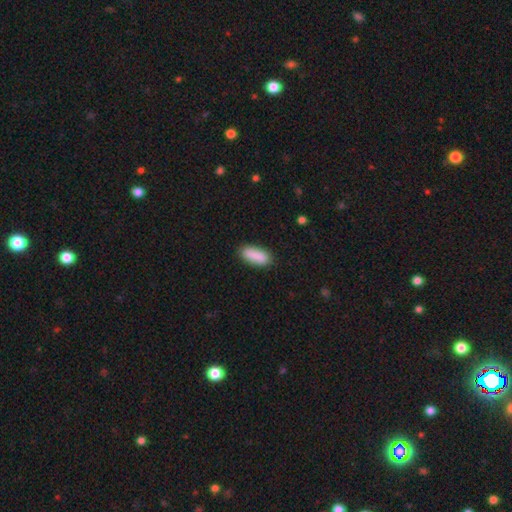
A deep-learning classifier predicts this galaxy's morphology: smooth 88%, star or artifact 6%, featured or disk 6%. Down the decision tree: how rounded — in between (73%); merging — none (84%).